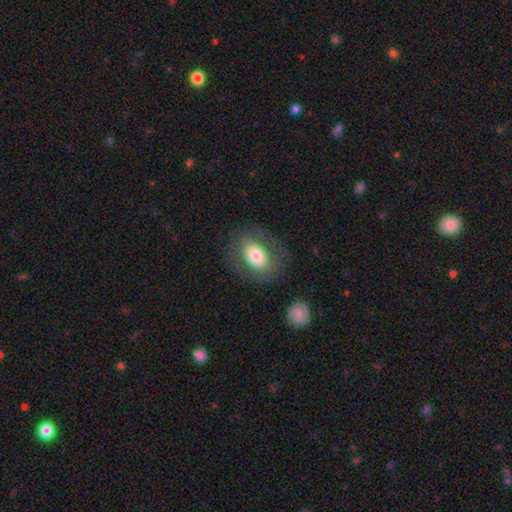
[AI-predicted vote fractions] Q: Smooth or featured?
A: smooth (66%); runner-up: featured or disk (27%)
Q: How rounded?
A: in between (73%); runner-up: round (26%)
Q: Merging?
A: none (78%); runner-up: minor disturbance (12%)